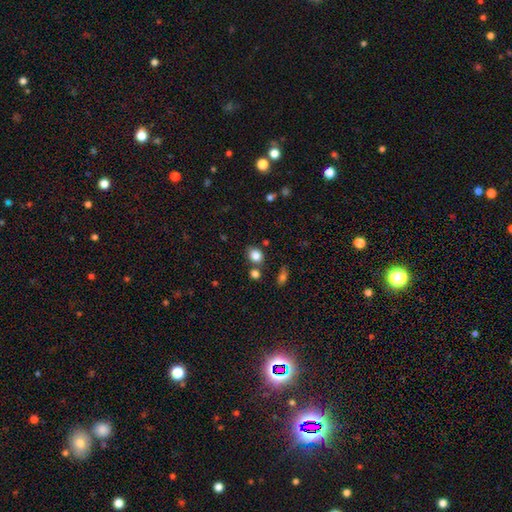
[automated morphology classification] This is clearly a smooth galaxy (84%). How rounded: possibly round (55%). Merging: likely none (72%).